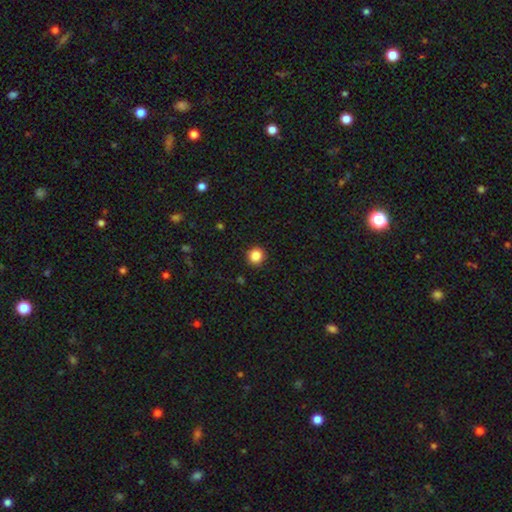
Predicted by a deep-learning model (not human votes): Smooth or featured? Predicted: smooth (p=0.86). How rounded? Predicted: round (p=0.91). Merging? Predicted: none (p=0.91).